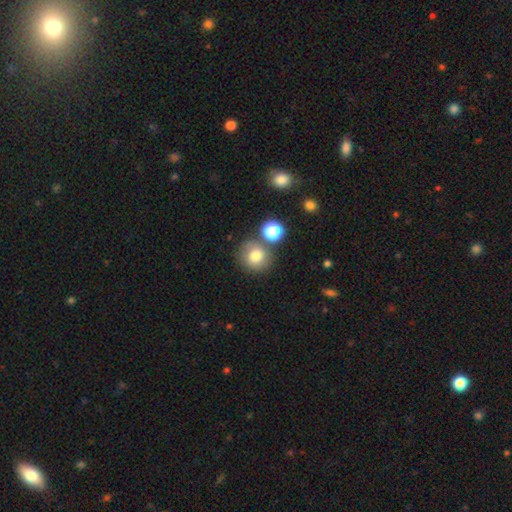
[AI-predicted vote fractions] Q: Smooth or featured?
A: smooth (75%); runner-up: featured or disk (13%)
Q: How rounded?
A: round (87%); runner-up: in between (13%)
Q: Merging?
A: none (69%); runner-up: merger (13%)